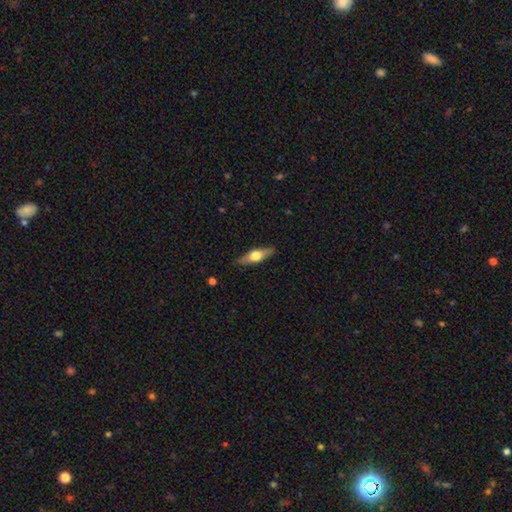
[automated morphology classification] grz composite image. It shows a featured or disk galaxy (51%) viewed edge-on (91%). Merging: none (86%).